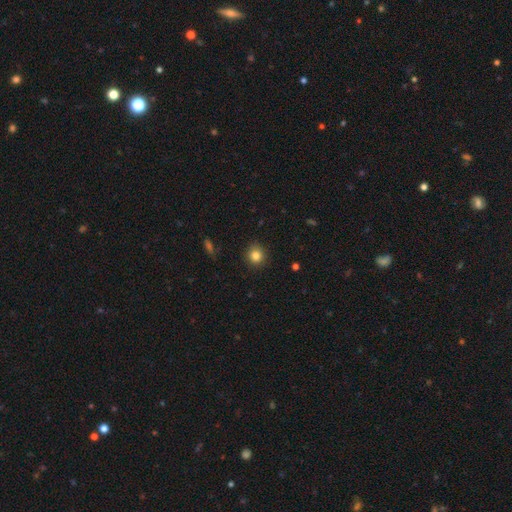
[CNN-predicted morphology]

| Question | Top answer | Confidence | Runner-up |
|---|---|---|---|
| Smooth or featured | smooth | 83% | star or artifact (11%) |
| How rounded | round | 90% | in between (9%) |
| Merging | none | 90% | minor disturbance (7%) |